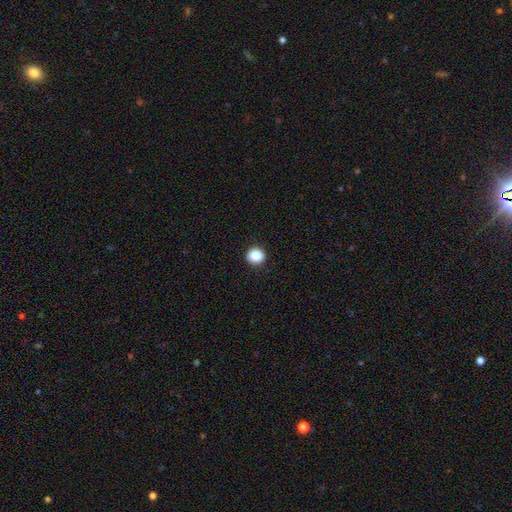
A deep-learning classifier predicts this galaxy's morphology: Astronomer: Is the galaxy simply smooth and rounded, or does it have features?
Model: smooth — 88%.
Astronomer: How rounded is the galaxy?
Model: round — 85%.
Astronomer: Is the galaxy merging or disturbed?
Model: none — 92%.